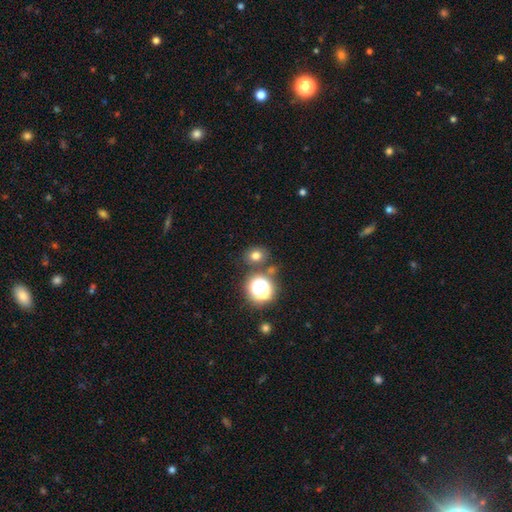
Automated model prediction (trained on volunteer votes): A smooth galaxy with no disk features (71%) that is round (61%). Merging: none (79%).